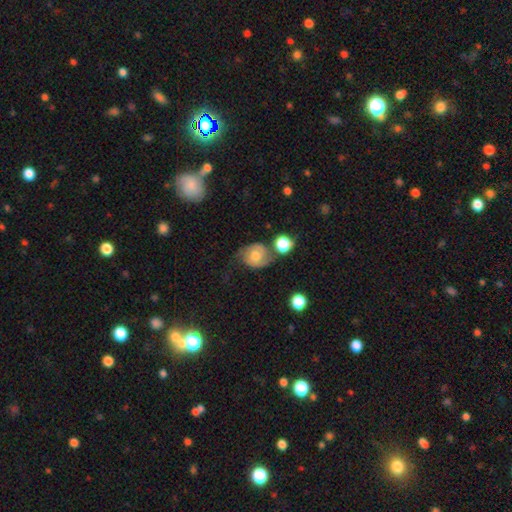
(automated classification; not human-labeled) smooth_or_featured: featured or disk (p=0.54) [alt: smooth p=0.36]
disk_edge_on: no (p=0.97) [alt: yes p=0.03]
bar: no (p=0.72) [alt: weak p=0.24]
has_spiral_arms: yes (p=0.83) [alt: no p=0.17]
bulge_size: moderate (p=0.64) [alt: small p=0.17]
merging: none (p=0.47) [alt: minor disturbance p=0.25]